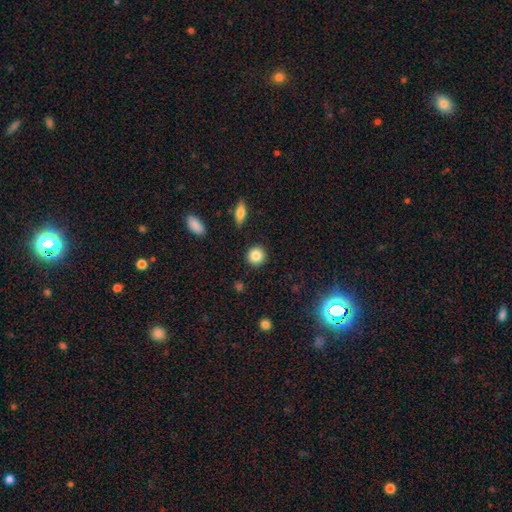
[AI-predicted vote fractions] The model was most divided on "smooth or featured": smooth: 85%, star or artifact: 9%, featured or disk: 6%. More confident: how rounded — round (91%); merging — none (91%).